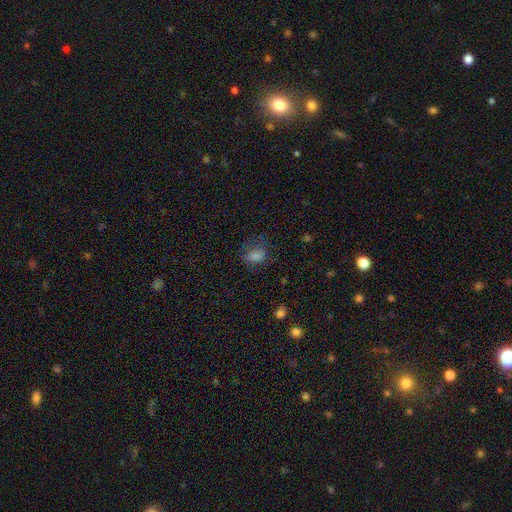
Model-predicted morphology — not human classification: A smooth galaxy with no disk features (70%) that is in between round and cigar-shaped (65%). Merging: none (54%).